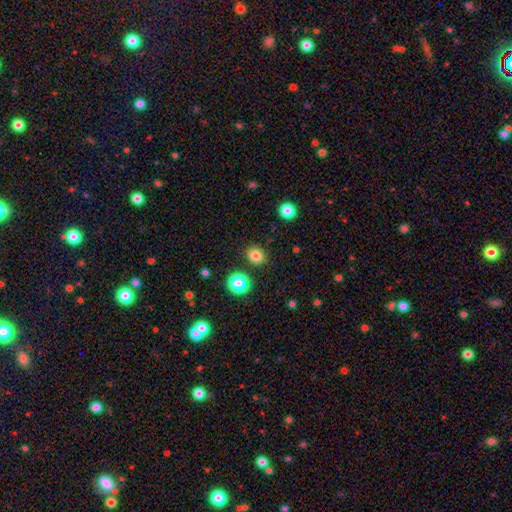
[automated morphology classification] Smooth or featured?
  - smooth: 81% *
  - star or artifact: 13%
  - featured or disk: 6%
How rounded?
  - round: 60% *
  - in between: 39%
  - cigar-shaped: 1%
Merging?
  - none: 87% *
  - minor disturbance: 8%
  - merger: 3%
  - major disturbance: 2%